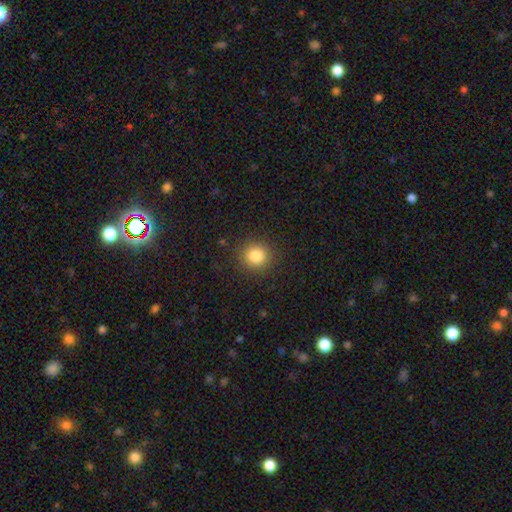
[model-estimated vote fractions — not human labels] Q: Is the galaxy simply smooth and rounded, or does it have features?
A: smooth — 83%.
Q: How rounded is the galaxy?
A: round — 90%.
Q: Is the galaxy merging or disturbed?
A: none — 89%.